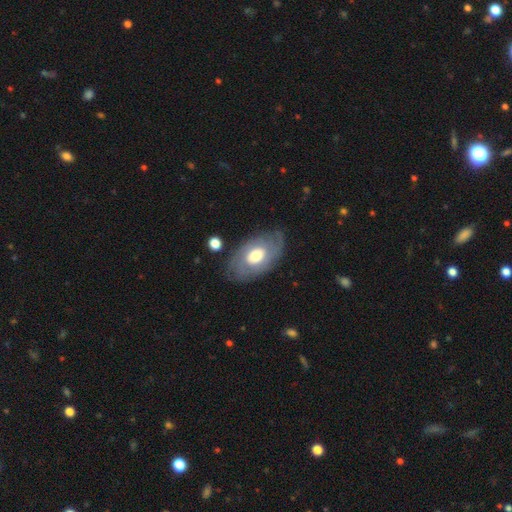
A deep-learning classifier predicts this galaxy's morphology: The model was most divided on "spiral arms": yes: 60%, no: 40%. More confident: edge-on disk — no (93%); bar — no (79%); merging — none (73%); smooth or featured — featured or disk (59%); bulge size — moderate (55%).